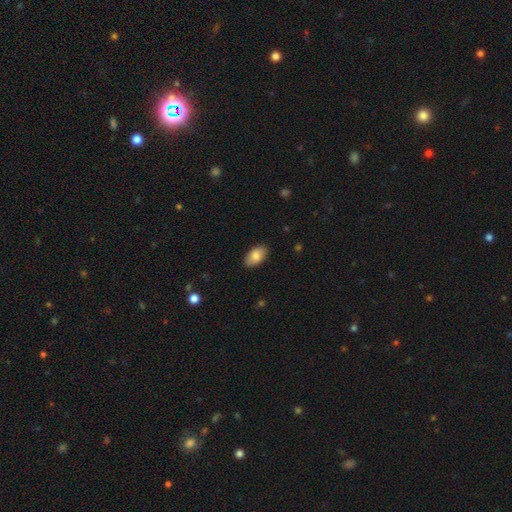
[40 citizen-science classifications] smooth 72%, featured or disk 25%, star or artifact 2%. Down the decision tree: how rounded — in between (97%); merging — none (95%).